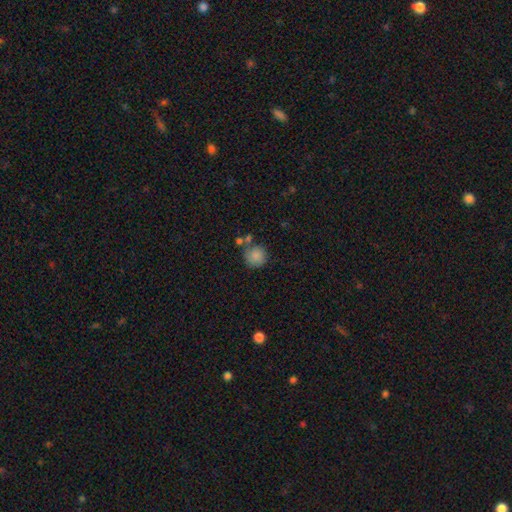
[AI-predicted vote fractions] Morphology: type=smooth (85%); roundness=round (91%); merging=none (66%).